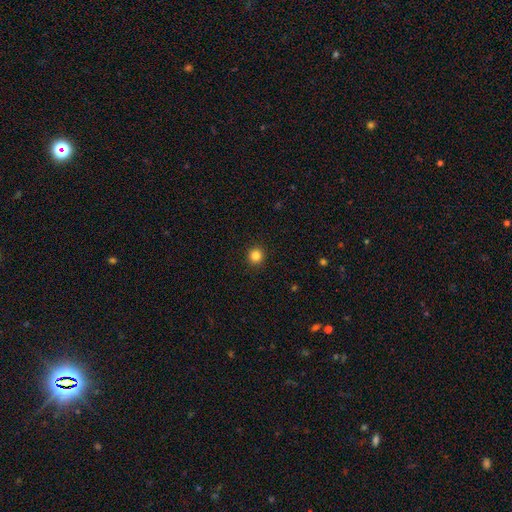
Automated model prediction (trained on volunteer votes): A smooth galaxy with no disk features (84%) that is round (93%). Merging: none (92%).